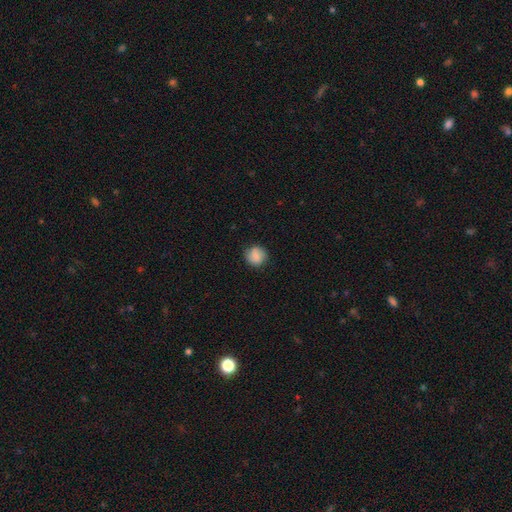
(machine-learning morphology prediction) A smooth galaxy with no disk features (84%) that is round (87%). Merging: none (85%).